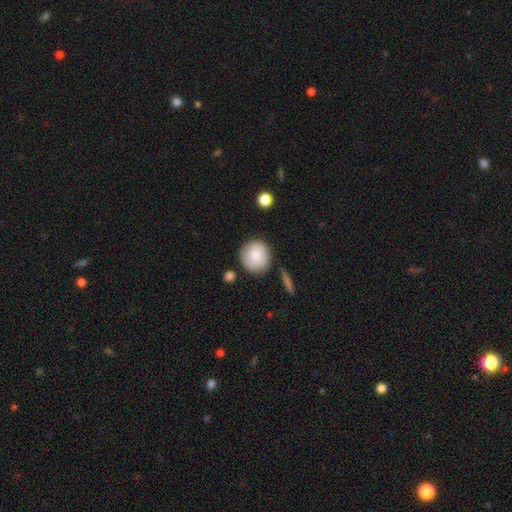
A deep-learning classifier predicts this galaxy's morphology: Smooth or featured?
  - smooth: 84% *
  - featured or disk: 10%
  - star or artifact: 7%
How rounded?
  - round: 92% *
  - in between: 6%
  - cigar-shaped: 1%
Merging?
  - none: 82% *
  - minor disturbance: 11%
  - merger: 4%
  - major disturbance: 3%